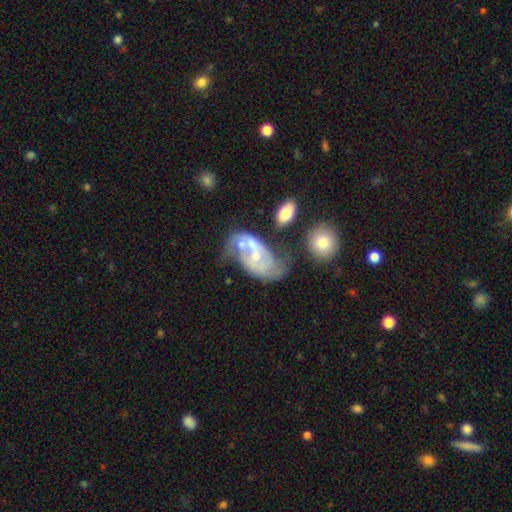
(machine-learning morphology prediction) A featured or disk galaxy (73%) with no bar (60%), 2 (70%) medium (44%) spiral arms (80%) and a small central bulge (56%).

Vote fractions:
- Smooth or featured? featured or disk: 73% / smooth: 19% / star or artifact: 8%
- Edge-on disk? no: 96% / yes: 4%
- Bar? no: 60% / weak: 31% / strong: 10%
- Spiral arms? yes: 80% / no: 20%
- Spiral winding? medium: 44% / loose: 31% / tight: 26%
- Spiral arm count? 2: 70% / can't tell: 19% / 1: 5% / 3: 4% / 4: 1% / more than 4: 1%
- Bulge size? small: 56% / moderate: 39% / none: 3% / large: 2% / dominant: 1%
- Merging? none: 32% / merger: 29% / minor disturbance: 21% / major disturbance: 18%